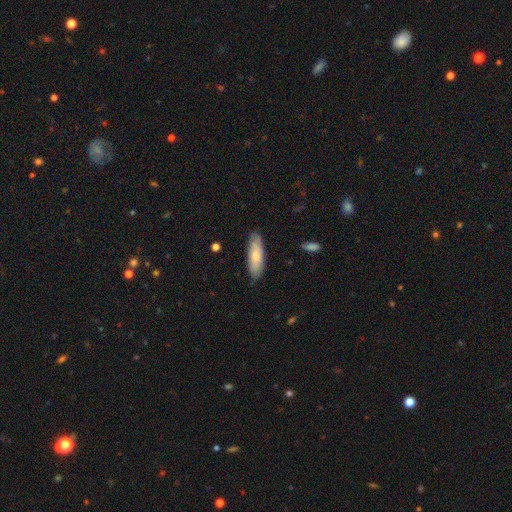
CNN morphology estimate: Smooth or featured?
  - smooth: 74% *
  - featured or disk: 20%
  - star or artifact: 5%
How rounded?
  - in between: 51% *
  - cigar-shaped: 48%
  - round: 1%
Merging?
  - none: 82% *
  - minor disturbance: 14%
  - major disturbance: 2%
  - merger: 1%